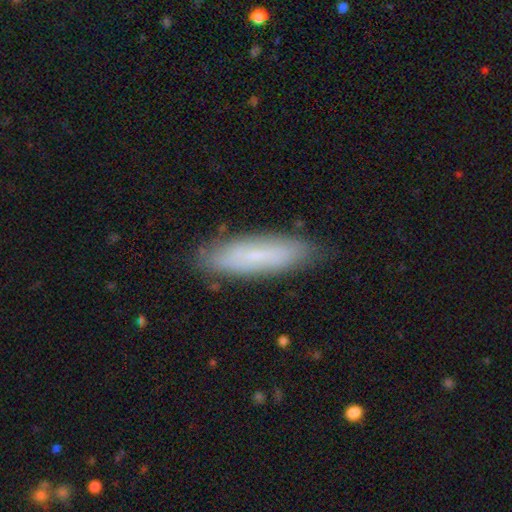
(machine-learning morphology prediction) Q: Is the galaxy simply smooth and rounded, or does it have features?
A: smooth — 63%.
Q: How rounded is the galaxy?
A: cigar-shaped — 62%.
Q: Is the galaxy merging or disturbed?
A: none — 83%.